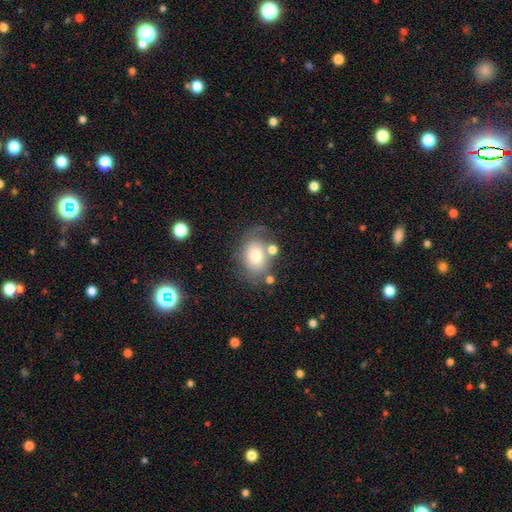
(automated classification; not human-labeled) Overall: smooth (57%; featured or disk 33%). How rounded: in between (54%; round 45%). Merging: none (50%; minor disturbance 22%).